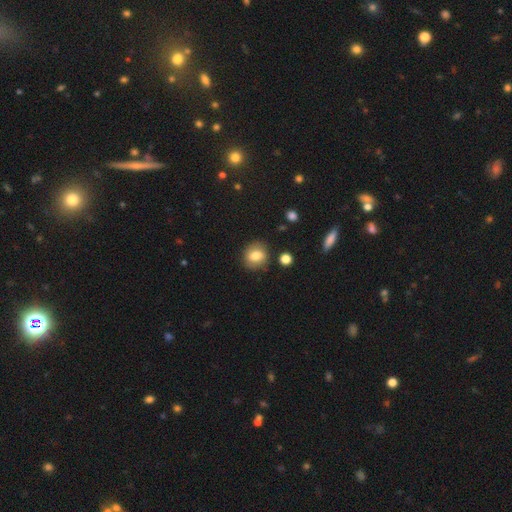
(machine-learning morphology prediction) smooth_or_featured: smooth (p=0.79) [alt: featured or disk p=0.11]
how_rounded: round (p=0.70) [alt: in between p=0.29]
merging: none (p=0.82) [alt: minor disturbance p=0.12]